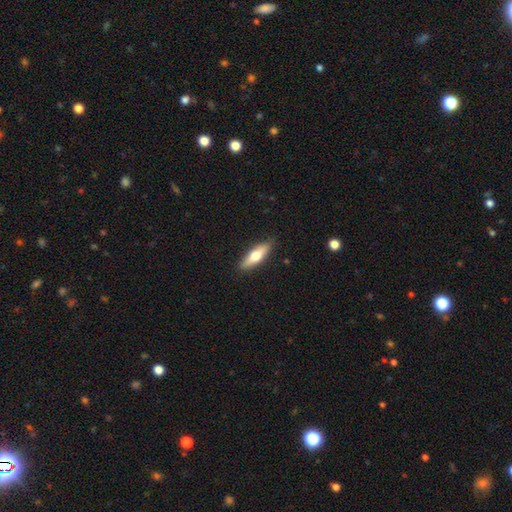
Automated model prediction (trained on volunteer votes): Smooth or featured: smooth — 54% (featured or disk — 40%)
How rounded: cigar-shaped — 61% (in between — 37%)
Merging: none — 88% (minor disturbance — 9%)